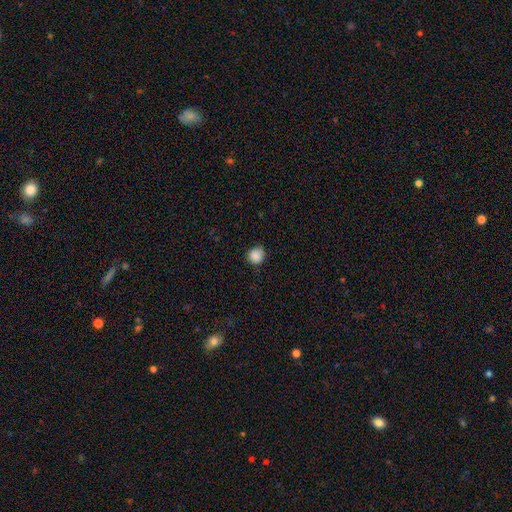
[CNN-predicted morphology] The model was most divided on "merging": none: 82%, minor disturbance: 14%, major disturbance: 3%, merger: 1%. More confident: how rounded — round (89%); smooth or featured — smooth (87%).